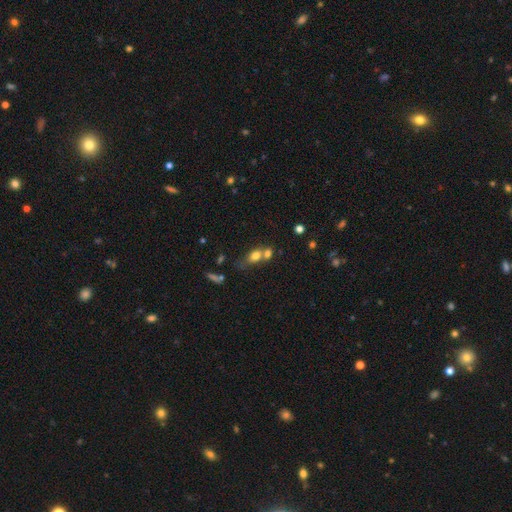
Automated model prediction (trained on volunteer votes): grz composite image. It shows a smooth galaxy with no disk features (73%) that is in between round and cigar-shaped (59%). Merging: merger (55%).